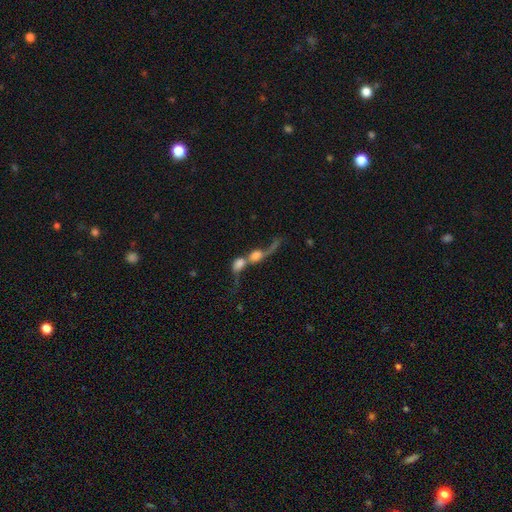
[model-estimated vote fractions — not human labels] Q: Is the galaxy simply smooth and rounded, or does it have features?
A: featured or disk — 45%.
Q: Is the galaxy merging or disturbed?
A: merger — 79%.